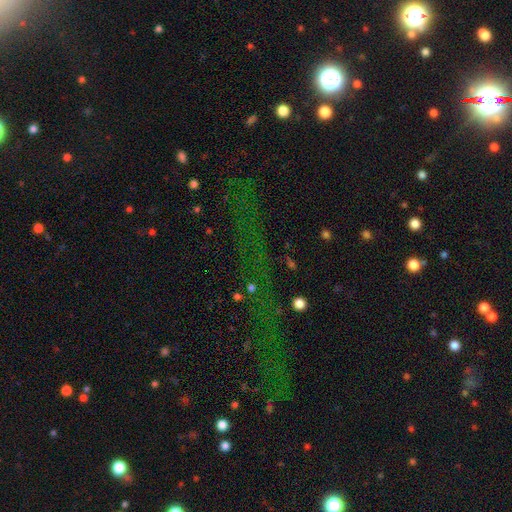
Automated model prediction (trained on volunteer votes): Smooth or featured? star or artifact (69%)